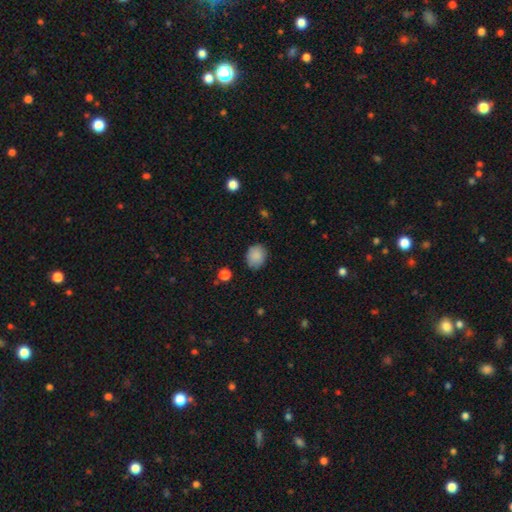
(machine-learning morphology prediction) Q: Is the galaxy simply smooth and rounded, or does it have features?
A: smooth — 87%.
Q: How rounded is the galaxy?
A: round — 56%.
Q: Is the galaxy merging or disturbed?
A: none — 81%.